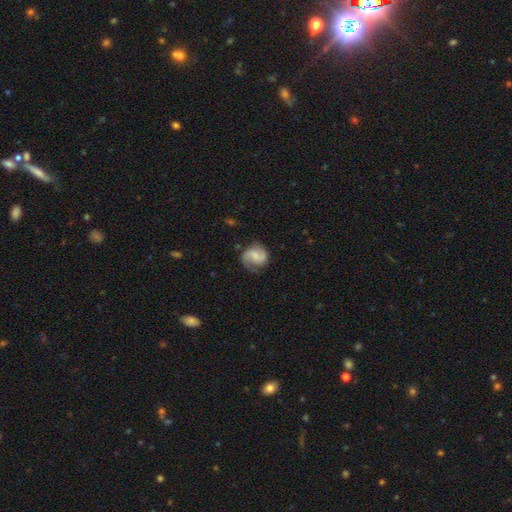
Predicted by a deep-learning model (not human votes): This is likely a featured or disk galaxy (70%). It is clearly not viewed edge-on (98%). Bar: possibly weak (48%). Spiral arm pattern: clearly yes (94%). Spiral arm count: clearly 2 (86%). Spiral winding: possibly medium (47%). Central bulge: possibly small (47%). Merging: likely none (73%).